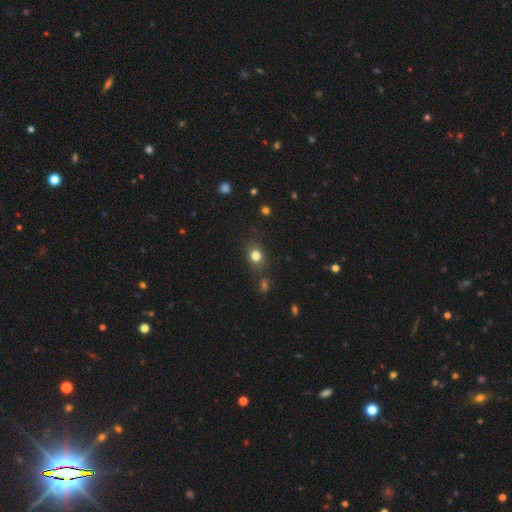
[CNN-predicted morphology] A smooth galaxy with no disk features (81%) that is round (54%).

Vote fractions:
- Smooth or featured? smooth: 81% / star or artifact: 12% / featured or disk: 7%
- How rounded? round: 54% / in between: 44% / cigar-shaped: 1%
- Merging? none: 80% / minor disturbance: 13% / major disturbance: 4% / merger: 4%